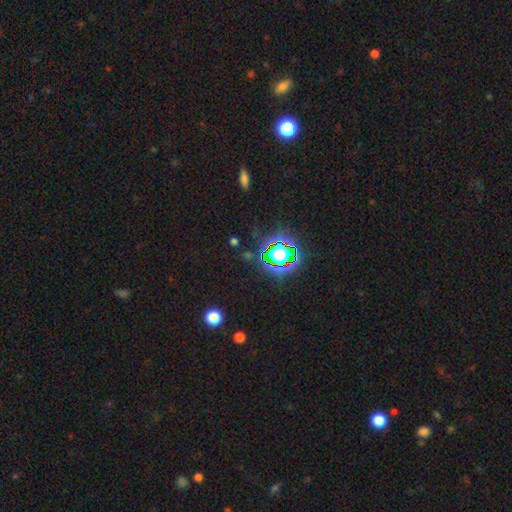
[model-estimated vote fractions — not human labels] Smooth or featured: star or artifact — 79% (smooth — 13%)